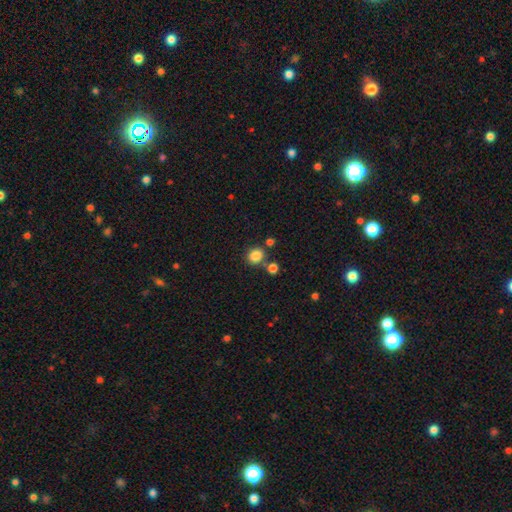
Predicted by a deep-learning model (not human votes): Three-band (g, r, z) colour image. It shows a smooth galaxy with no disk features (84%) that is round (74%). Merging: none (73%).